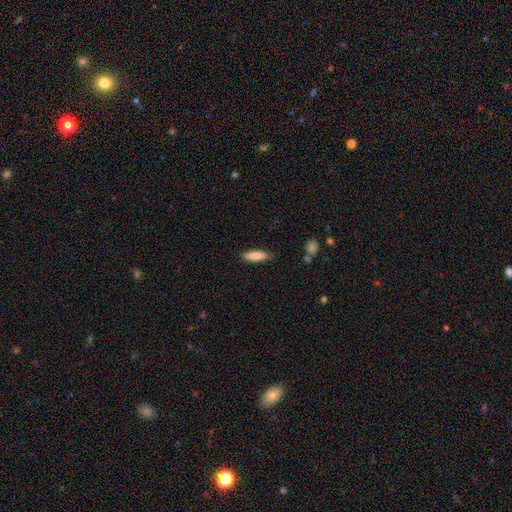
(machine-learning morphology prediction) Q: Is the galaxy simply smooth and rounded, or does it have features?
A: smooth — 86%.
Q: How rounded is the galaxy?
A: cigar-shaped — 52%.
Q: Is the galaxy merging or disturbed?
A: none — 84%.